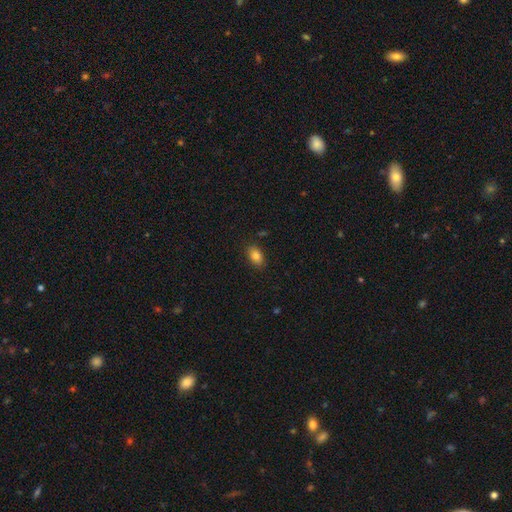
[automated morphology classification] Smooth or featured?
  - smooth: 84% *
  - star or artifact: 9%
  - featured or disk: 7%
How rounded?
  - in between: 88% *
  - round: 10%
  - cigar-shaped: 2%
Merging?
  - none: 86% *
  - minor disturbance: 10%
  - major disturbance: 2%
  - merger: 1%